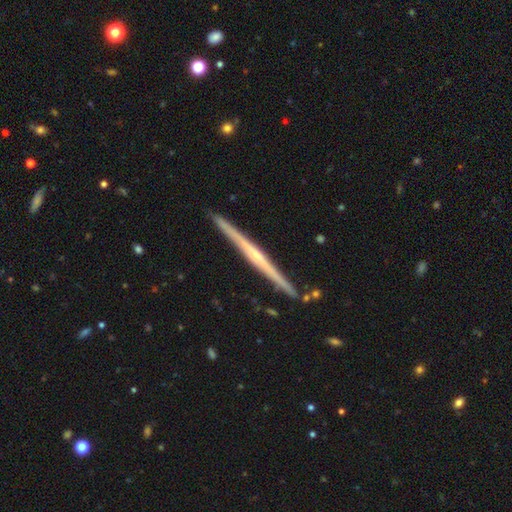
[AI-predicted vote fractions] Smooth or featured?
  - featured or disk: 78% *
  - smooth: 17%
  - star or artifact: 5%
Edge-on disk?
  - yes: 98% *
  - no: 2%
Edge-on bulge?
  - none: 48% *
  - rounded: 44%
  - boxy: 8%
Merging?
  - none: 91% *
  - minor disturbance: 6%
  - merger: 2%
  - major disturbance: 1%